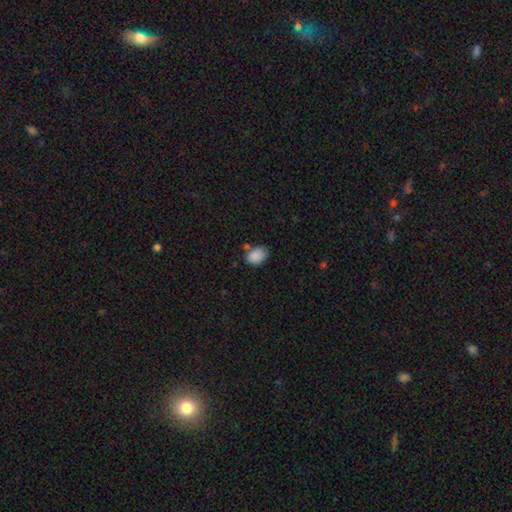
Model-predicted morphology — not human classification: smooth-or-featured: smooth: 88% | star or artifact: 8% | featured or disk: 4%
  how-rounded: in between: 82% | round: 17% | cigar-shaped: 1%
  merging: none: 66% | minor disturbance: 20% | merger: 9% | major disturbance: 5%